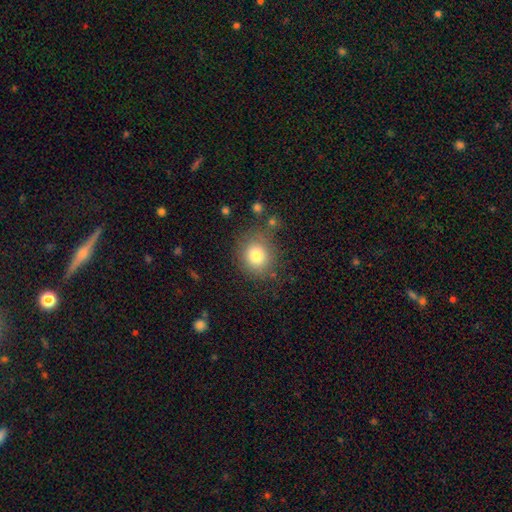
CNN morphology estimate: A smooth galaxy with no disk features (79%) that is round (83%). Merging: none (83%).